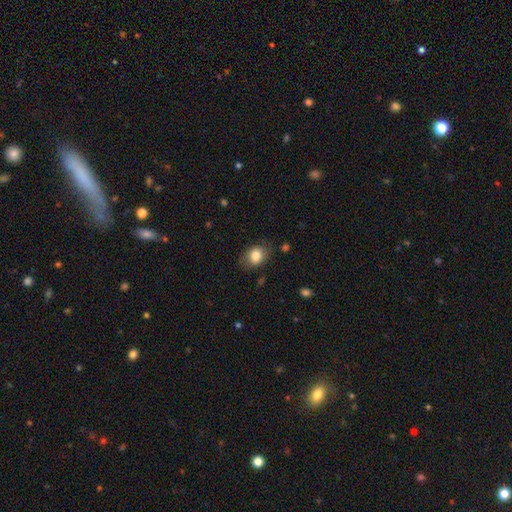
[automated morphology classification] The model was most divided on "how rounded": in between: 65%, round: 34%, cigar-shaped: 1%. More confident: smooth or featured — smooth (82%); merging — none (78%).